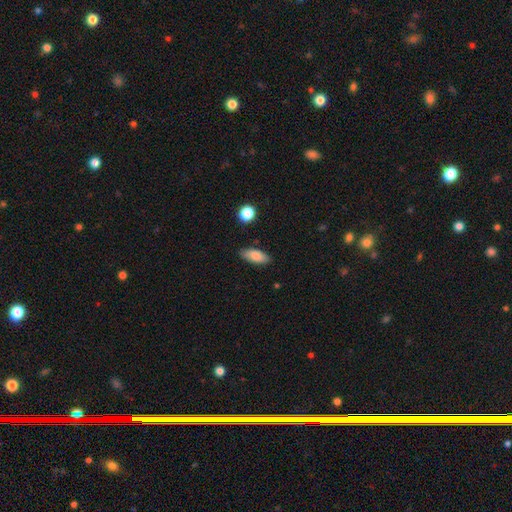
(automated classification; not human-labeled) Smooth or featured? Predicted: smooth (p=0.84). How rounded? Predicted: in between (p=0.81). Merging? Predicted: none (p=0.85).